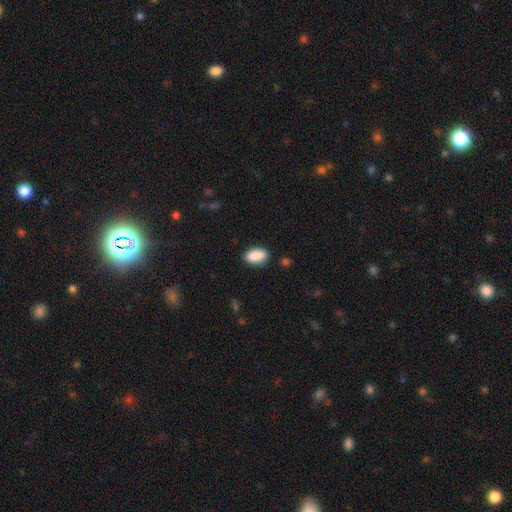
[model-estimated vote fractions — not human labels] This is clearly a smooth galaxy (90%). How rounded: clearly in between (93%). Merging: clearly none (86%).